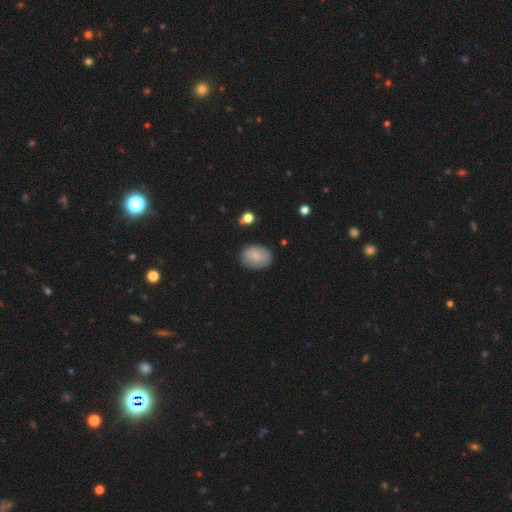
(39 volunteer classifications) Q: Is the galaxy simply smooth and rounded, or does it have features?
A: smooth — 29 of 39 (74%).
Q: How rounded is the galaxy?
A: in between — 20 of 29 (69%).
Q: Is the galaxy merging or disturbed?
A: none — 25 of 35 (71%).